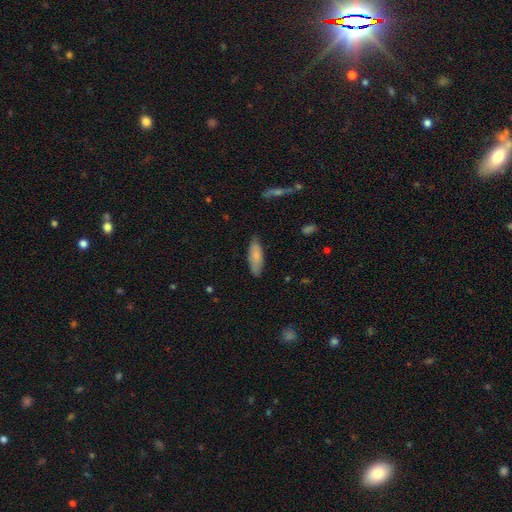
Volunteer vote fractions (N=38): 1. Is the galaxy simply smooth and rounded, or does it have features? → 84% smooth, 8% featured or disk, 8% star or artifact.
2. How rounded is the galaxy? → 66% in between, 34% cigar-shaped, 0% round.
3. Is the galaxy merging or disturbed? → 71% none, 26% minor disturbance, 3% major disturbance, 0% merger.